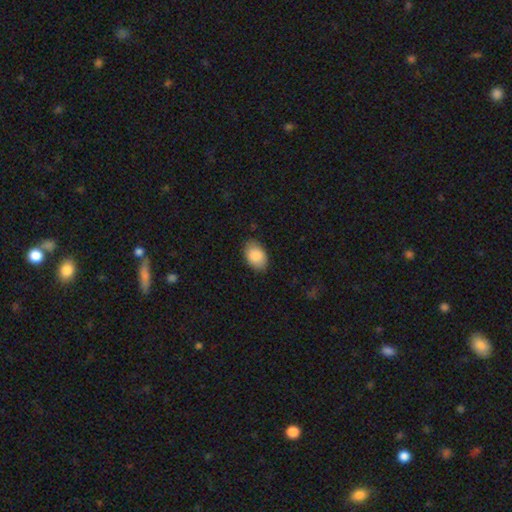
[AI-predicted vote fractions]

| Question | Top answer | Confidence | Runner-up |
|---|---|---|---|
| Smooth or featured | smooth | 88% | star or artifact (6%) |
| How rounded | in between | 88% | round (11%) |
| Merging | none | 84% | minor disturbance (12%) |